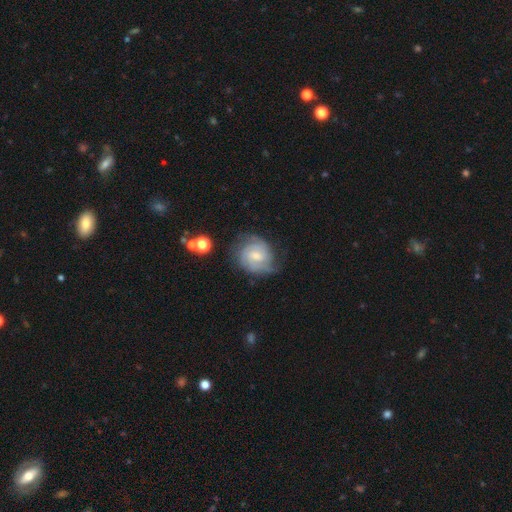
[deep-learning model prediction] Overall: featured or disk (75%). Edge-on disk: no (98%). Bar: weak (53%; no 39%). Spiral arms: yes (94%). Spiral arm count: 2 (49%; can't tell 26%). Spiral winding: tight (55%; medium 35%). Bulge size: small (48%; moderate 41%). Merging: none (65%).